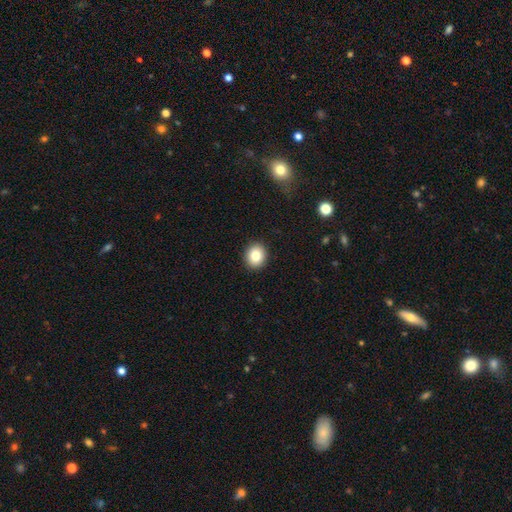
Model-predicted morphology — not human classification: This is clearly a smooth galaxy (82%). How rounded: likely round (77%). Merging: clearly none (92%).